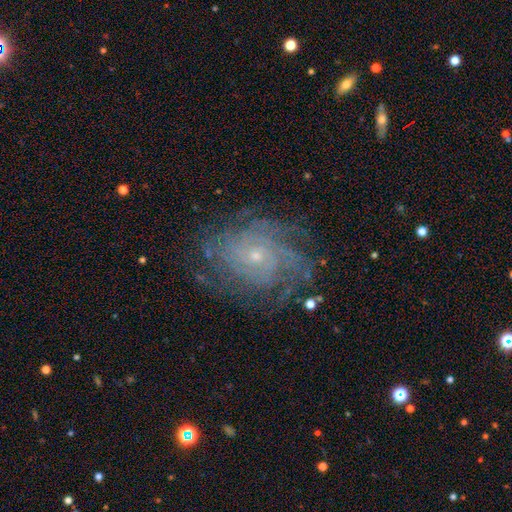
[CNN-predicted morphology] Smooth or featured? featured or disk (81%)
Edge-on disk? no (97%)
Bar? no (77%)
Spiral arms? yes (95%)
Spiral winding? tight (66%)
Spiral arm count? can't tell (35%)
Bulge size? small (78%)
Merging? none (75%)